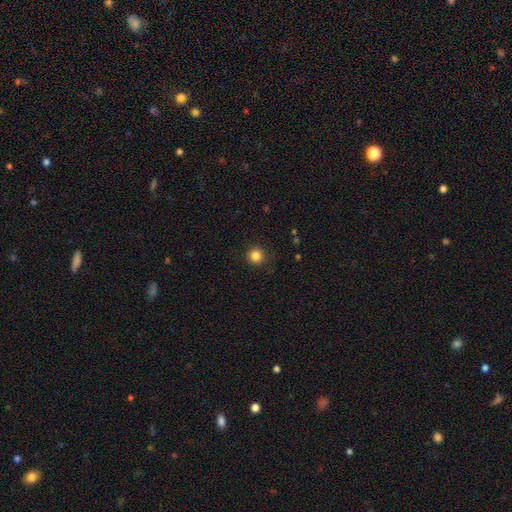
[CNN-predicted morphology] Q: Smooth or featured?
A: smooth (84%); runner-up: star or artifact (12%)
Q: How rounded?
A: round (95%); runner-up: in between (4%)
Q: Merging?
A: none (90%); runner-up: minor disturbance (6%)